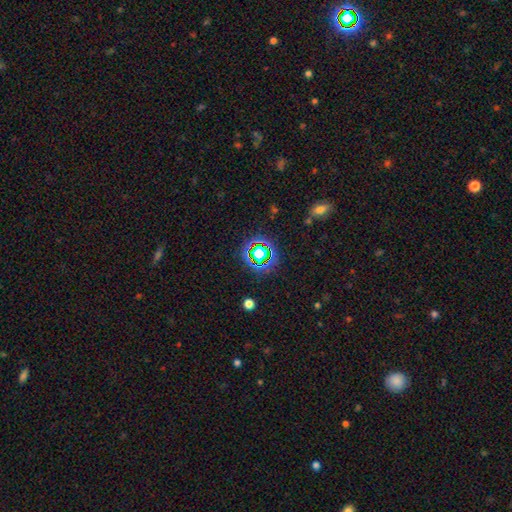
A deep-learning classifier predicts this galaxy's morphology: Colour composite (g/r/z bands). It shows a star or artifact, not a galaxy (66%).